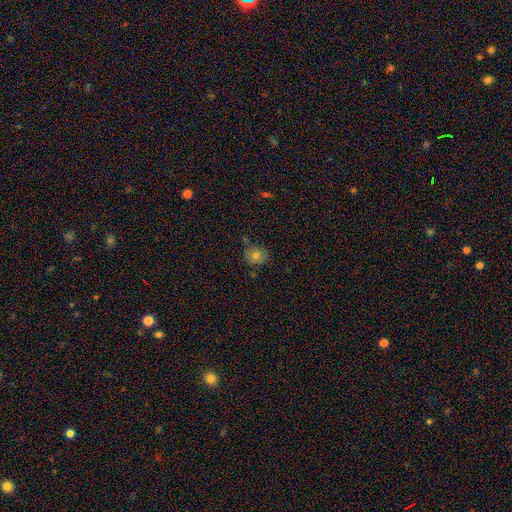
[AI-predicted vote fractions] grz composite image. It shows a smooth galaxy with no disk features (78%) that is round (81%). Merging: none (75%).